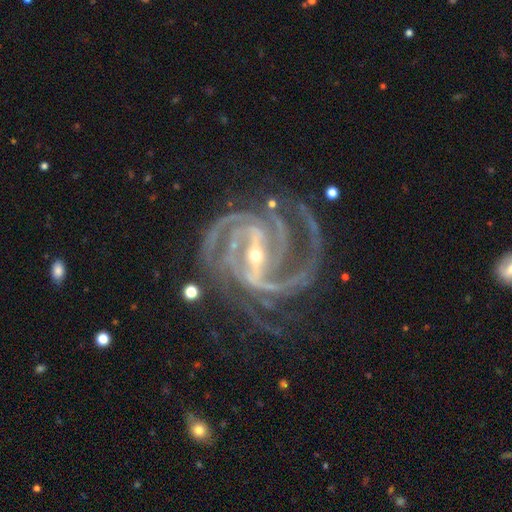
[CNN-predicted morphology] featured or disk 94%, star or artifact 4%, smooth 2%. Down the decision tree: edge-on disk — no (98%); bar — strong (78%); spiral arms — yes (99%); spiral arm count — 3 (32%); spiral winding — tight (49%); bulge size — small (72%); merging — none (62%).